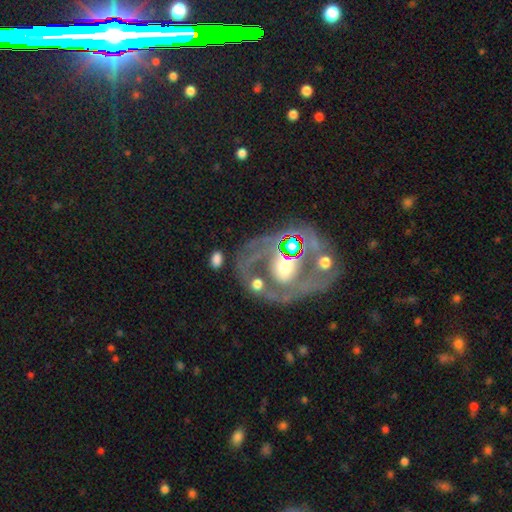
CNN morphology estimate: Smooth or featured?
  - featured or disk: 74% *
  - star or artifact: 16%
  - smooth: 10%
Edge-on disk?
  - no: 93% *
  - yes: 7%
Bar?
  - no: 42% *
  - weak: 32%
  - strong: 26%
Spiral arms?
  - yes: 69% *
  - no: 31%
Bulge size?
  - moderate: 55% *
  - small: 27%
  - large: 11%
  - none: 4%
  - dominant: 3%
Merging?
  - none: 62% *
  - minor disturbance: 14%
  - major disturbance: 13%
  - merger: 11%